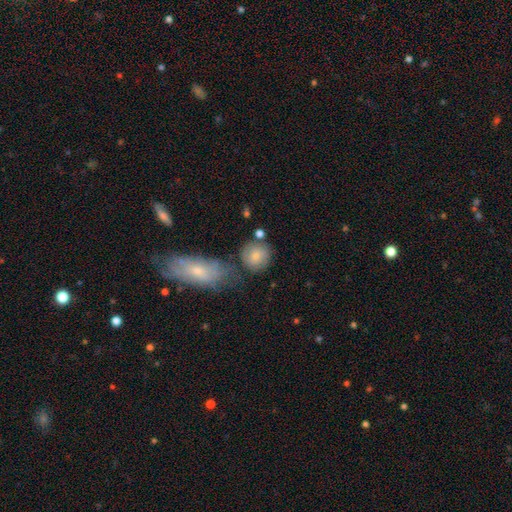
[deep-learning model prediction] Smooth or featured?
  - smooth: 75% *
  - featured or disk: 17%
  - star or artifact: 8%
How rounded?
  - round: 84% *
  - in between: 15%
  - cigar-shaped: 1%
Merging?
  - none: 60% *
  - merger: 19%
  - minor disturbance: 15%
  - major disturbance: 6%